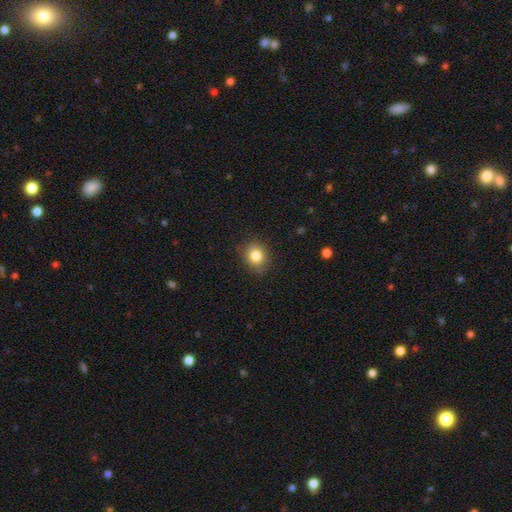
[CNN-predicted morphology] The model was most divided on "how rounded": round: 67%, in between: 32%, cigar-shaped: 1%. More confident: merging — none (83%); smooth or featured — smooth (83%).